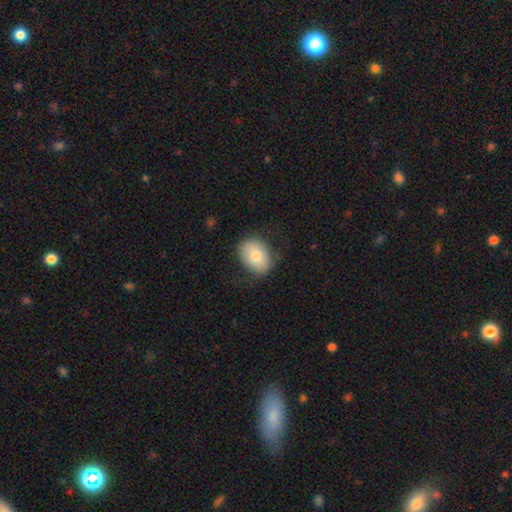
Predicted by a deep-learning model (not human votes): A smooth galaxy with no disk features (78%) that is in between round and cigar-shaped (64%).

Vote fractions:
- Smooth or featured? smooth: 78% / featured or disk: 15% / star or artifact: 7%
- How rounded? in between: 64% / round: 35% / cigar-shaped: 1%
- Merging? none: 72% / minor disturbance: 20% / major disturbance: 6% / merger: 1%